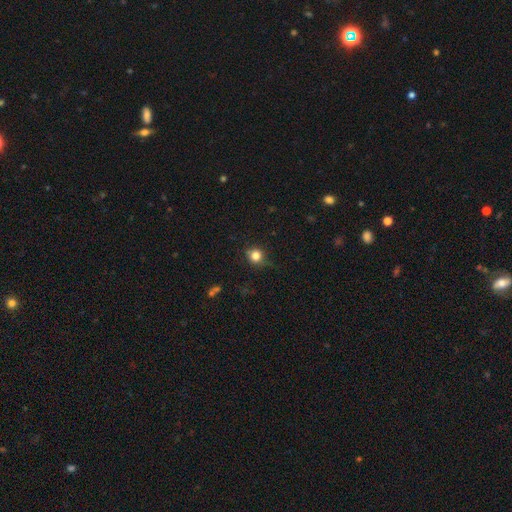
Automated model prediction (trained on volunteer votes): smooth-or-featured: smooth: 81% | star or artifact: 12% | featured or disk: 6%
  how-rounded: round: 90% | in between: 9% | cigar-shaped: 1%
  merging: none: 81% | minor disturbance: 15% | major disturbance: 3% | merger: 1%